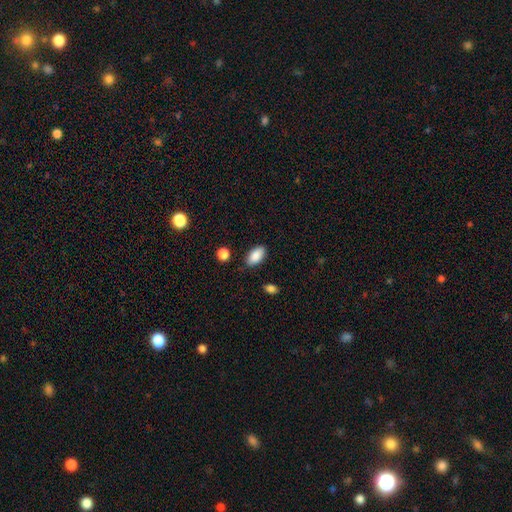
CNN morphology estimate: Smooth or featured?
  - smooth: 88% *
  - star or artifact: 7%
  - featured or disk: 5%
How rounded?
  - in between: 93% *
  - round: 4%
  - cigar-shaped: 3%
Merging?
  - none: 82% *
  - minor disturbance: 13%
  - major disturbance: 3%
  - merger: 2%